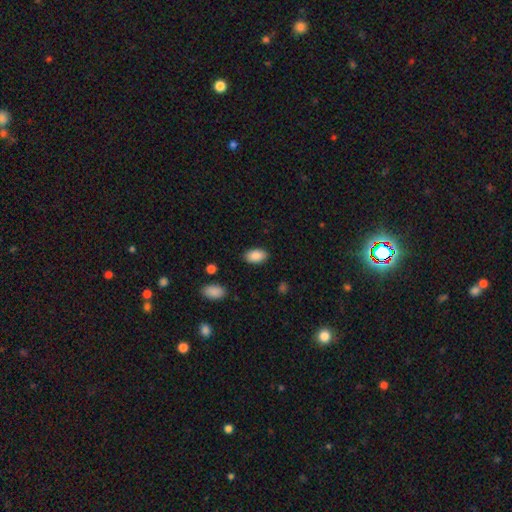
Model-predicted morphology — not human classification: smooth-or-featured: smooth: 89% | star or artifact: 7% | featured or disk: 4%
  how-rounded: in between: 93% | round: 5% | cigar-shaped: 1%
  merging: none: 87% | minor disturbance: 9% | major disturbance: 3% | merger: 1%